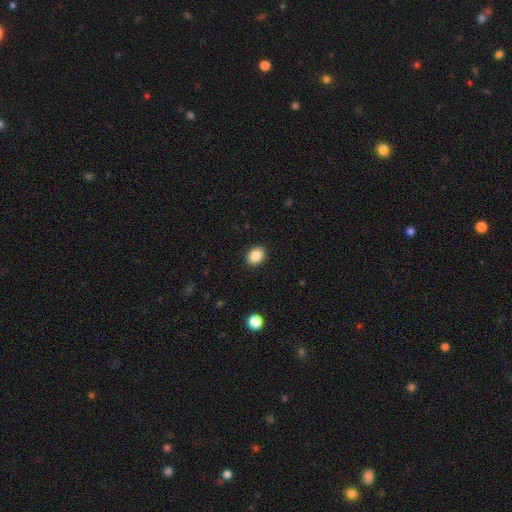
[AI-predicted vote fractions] smooth-or-featured: smooth: 87% | star or artifact: 9% | featured or disk: 4%
  how-rounded: round: 50% | in between: 49% | cigar-shaped: 1%
  merging: none: 91% | minor disturbance: 6% | major disturbance: 2% | merger: 1%